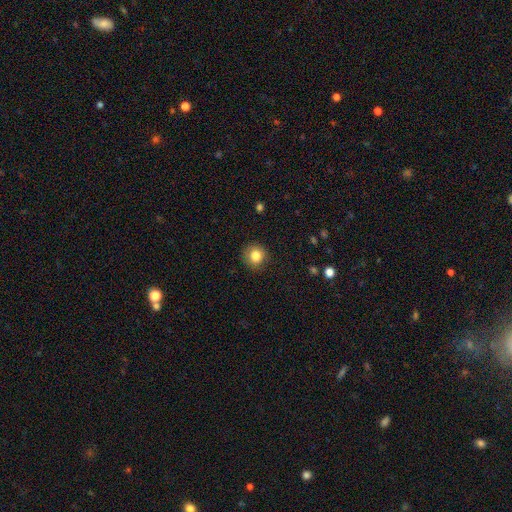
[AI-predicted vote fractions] A smooth galaxy with no disk features (83%) that is round (89%). Merging: none (86%).